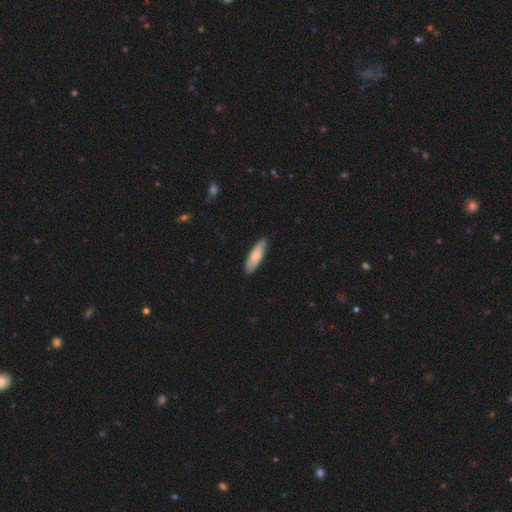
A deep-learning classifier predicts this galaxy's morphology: Smooth or featured?
  - smooth: 76% *
  - featured or disk: 19%
  - star or artifact: 5%
How rounded?
  - cigar-shaped: 59% *
  - in between: 40%
  - round: 2%
Merging?
  - none: 89% *
  - minor disturbance: 8%
  - major disturbance: 1%
  - merger: 1%